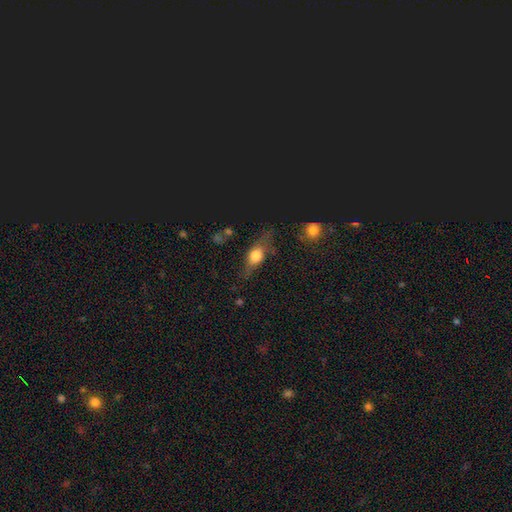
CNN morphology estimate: smooth 57%, featured or disk 31%, star or artifact 12%. Down the decision tree: how rounded — in between (60%); merging — none (62%).